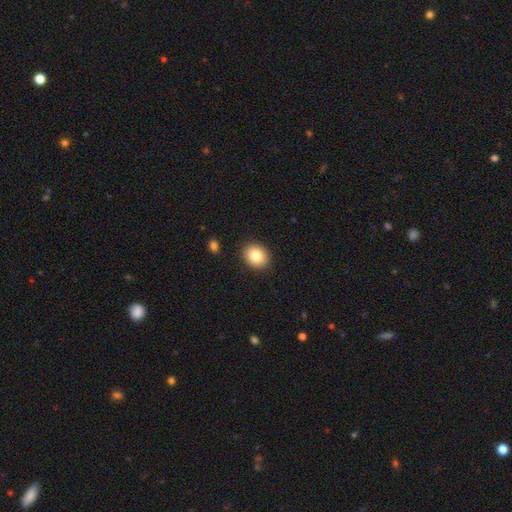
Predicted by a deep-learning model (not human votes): Smooth or featured?
  - smooth: 83% *
  - star or artifact: 9%
  - featured or disk: 8%
How rounded?
  - round: 64% *
  - in between: 35%
  - cigar-shaped: 1%
Merging?
  - none: 90% *
  - minor disturbance: 7%
  - major disturbance: 2%
  - merger: 1%